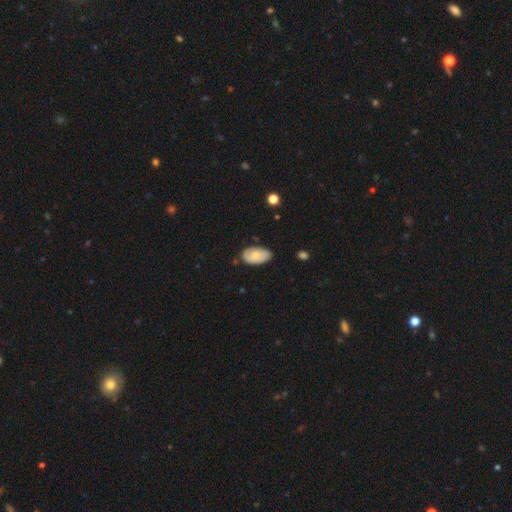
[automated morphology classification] Q: Smooth or featured?
A: smooth (71%); runner-up: featured or disk (23%)
Q: How rounded?
A: in between (94%); runner-up: round (4%)
Q: Merging?
A: none (71%); runner-up: minor disturbance (24%)